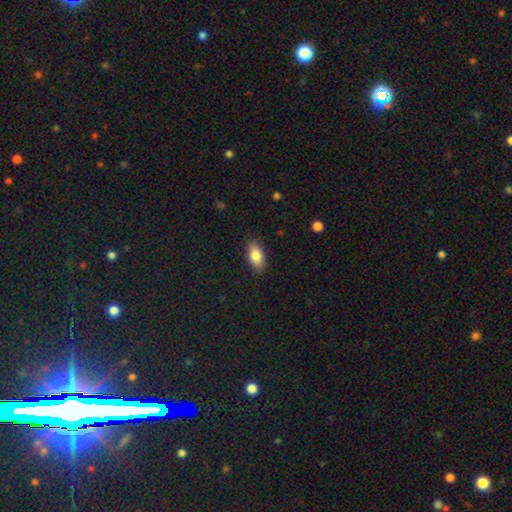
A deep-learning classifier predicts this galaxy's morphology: type=smooth (84%); roundness=in between (90%); merging=none (88%).